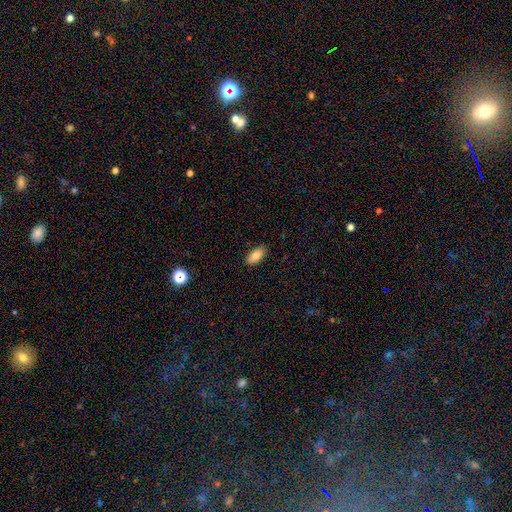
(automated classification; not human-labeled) This is clearly a smooth galaxy (84%). How rounded: clearly in between (92%). Merging: clearly none (87%).